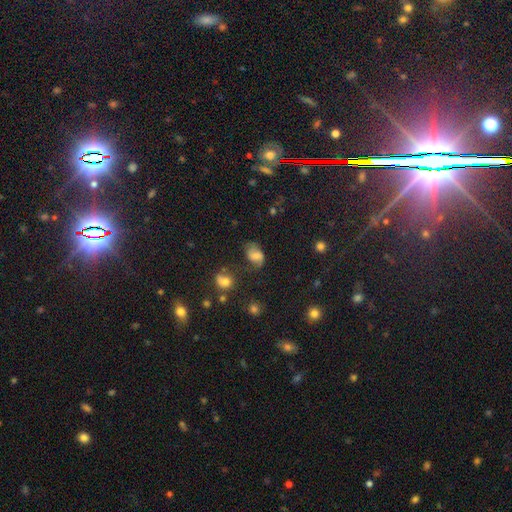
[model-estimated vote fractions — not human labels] This appears to be a smooth galaxy with no disk features (56%) that is in between round and cigar-shaped (76%). Merging: none (48%).